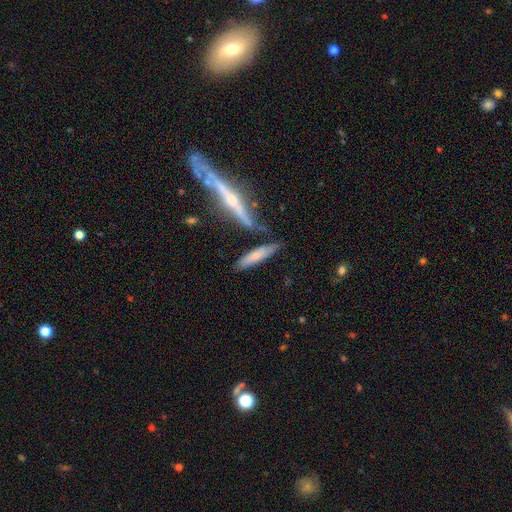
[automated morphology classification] Q: Smooth or featured?
A: smooth (63%); runner-up: featured or disk (31%)
Q: How rounded?
A: cigar-shaped (76%); runner-up: in between (22%)
Q: Merging?
A: none (66%); runner-up: minor disturbance (16%)